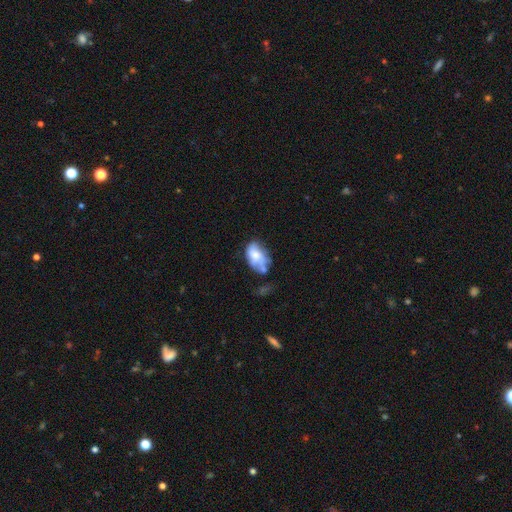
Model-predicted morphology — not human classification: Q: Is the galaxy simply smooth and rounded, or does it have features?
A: smooth — 56%.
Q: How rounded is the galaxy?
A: in between — 89%.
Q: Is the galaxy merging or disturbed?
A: none — 27%, tied with minor disturbance.